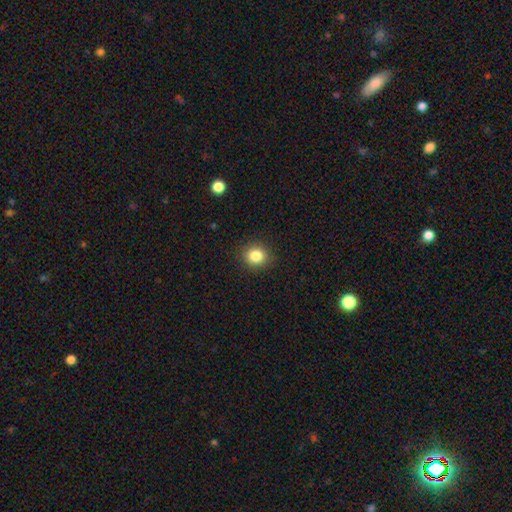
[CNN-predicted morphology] type=smooth (84%); roundness=round (82%); merging=none (90%).